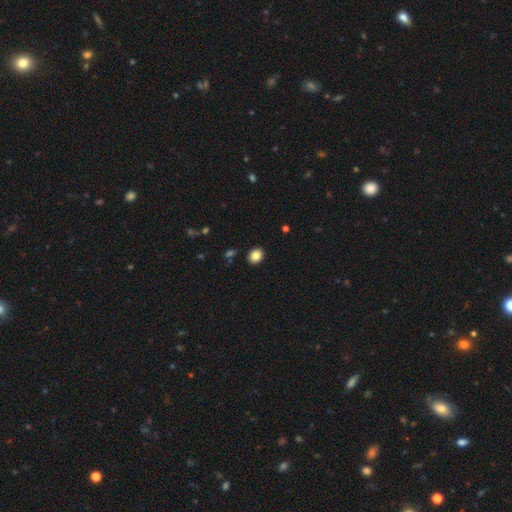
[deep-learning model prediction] Q: Smooth or featured?
A: smooth (85%); runner-up: star or artifact (9%)
Q: How rounded?
A: round (53%); runner-up: in between (47%)
Q: Merging?
A: none (90%); runner-up: minor disturbance (7%)